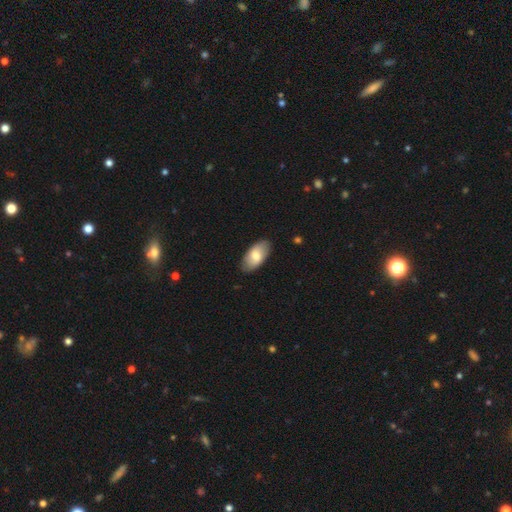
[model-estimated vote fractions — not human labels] Smooth or featured: smooth — 72% (featured or disk — 22%)
How rounded: in between — 94% (cigar-shaped — 4%)
Merging: none — 86% (minor disturbance — 11%)